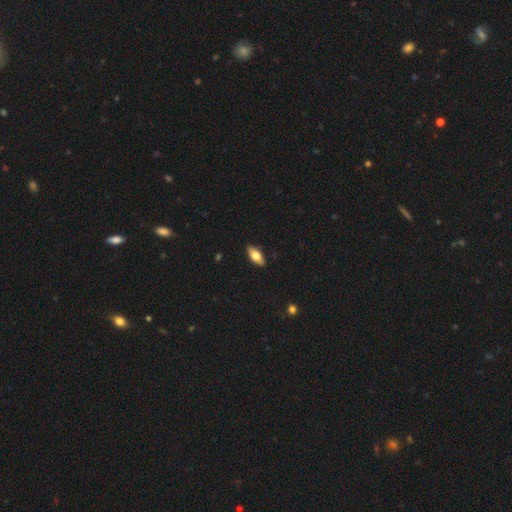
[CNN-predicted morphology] Smooth or featured: smooth — 63% (featured or disk — 31%)
How rounded: in between — 78% (cigar-shaped — 19%)
Merging: none — 89% (minor disturbance — 8%)